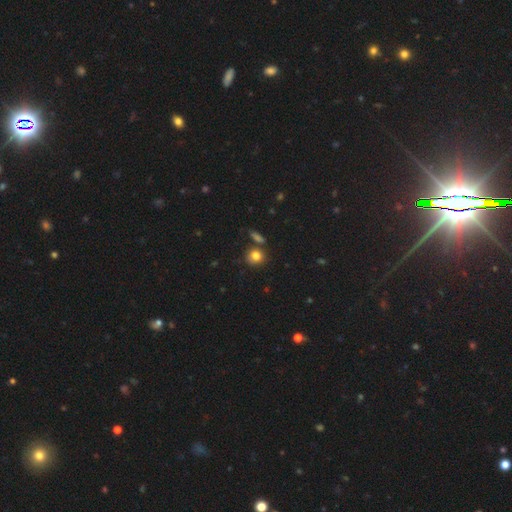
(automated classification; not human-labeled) Smooth or featured: smooth — 82% (star or artifact — 11%)
How rounded: round — 80% (in between — 19%)
Merging: none — 72% (minor disturbance — 13%)